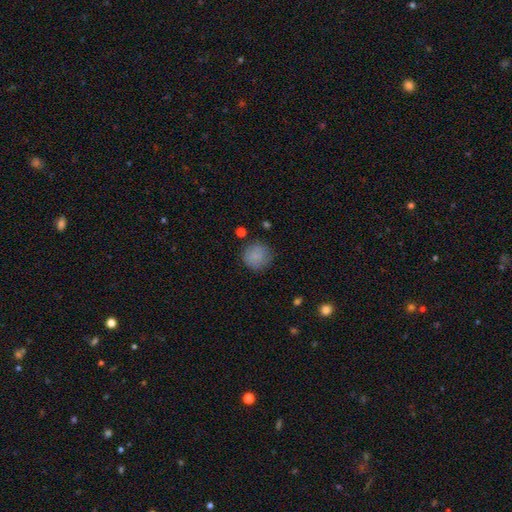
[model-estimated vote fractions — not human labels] smooth-or-featured: smooth: 83% | star or artifact: 9% | featured or disk: 8%
  how-rounded: round: 92% | in between: 7% | cigar-shaped: 1%
  merging: none: 80% | minor disturbance: 13% | major disturbance: 4% | merger: 2%